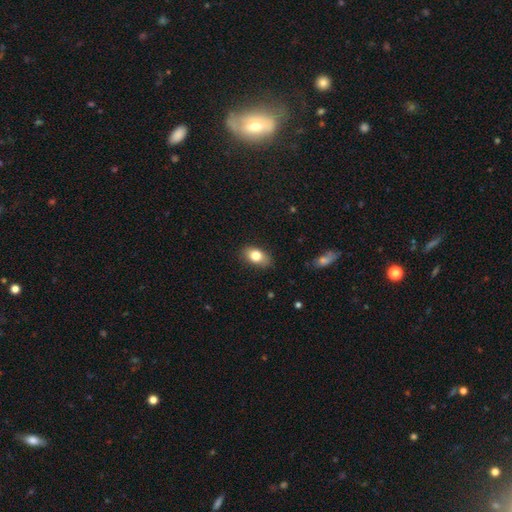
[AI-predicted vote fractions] smooth-or-featured: smooth: 81% | featured or disk: 11% | star or artifact: 8%
  how-rounded: in between: 87% | round: 11% | cigar-shaped: 2%
  merging: none: 81% | minor disturbance: 15% | major disturbance: 3% | merger: 1%